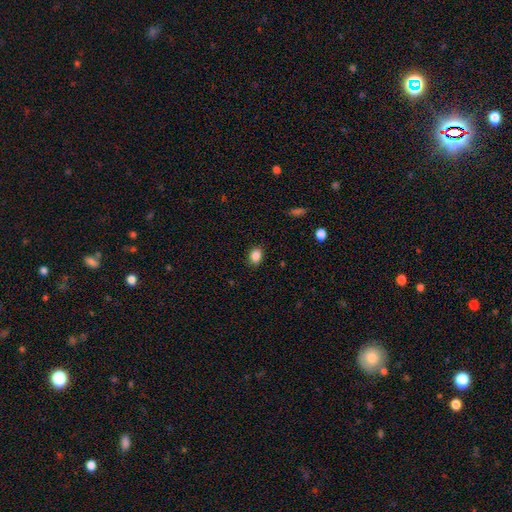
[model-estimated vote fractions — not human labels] Q: Smooth or featured?
A: smooth (86%); runner-up: star or artifact (10%)
Q: How rounded?
A: in between (63%); runner-up: round (36%)
Q: Merging?
A: none (87%); runner-up: minor disturbance (9%)